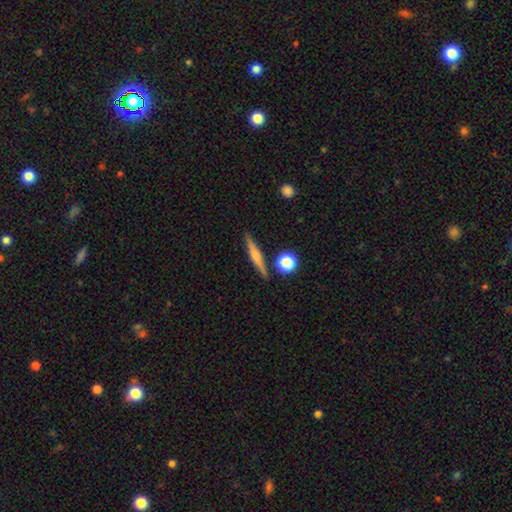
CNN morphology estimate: featured or disk 50%, smooth 42%, star or artifact 8%. Down the decision tree: edge-on disk — yes (96%); merging — none (86%).